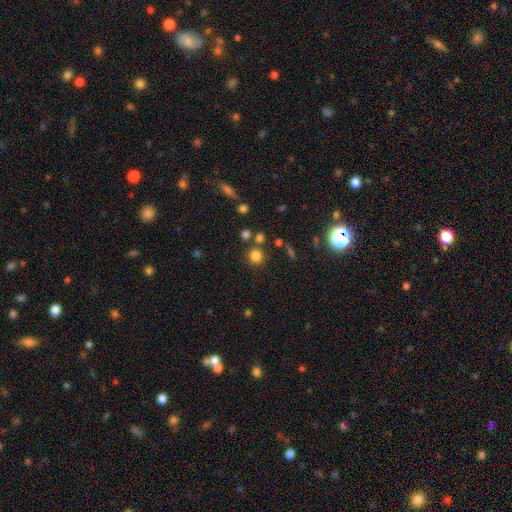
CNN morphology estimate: type=smooth (79%); roundness=round (90%); merging=none (77%).